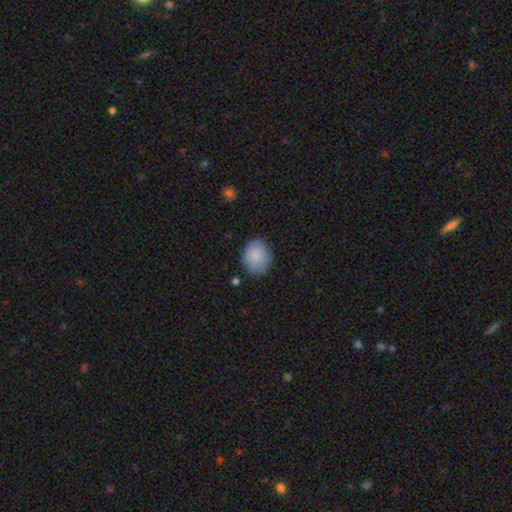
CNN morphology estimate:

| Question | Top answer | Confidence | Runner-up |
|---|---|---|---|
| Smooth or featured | smooth | 85% | featured or disk (8%) |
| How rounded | in between | 52% | round (47%) |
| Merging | none | 78% | minor disturbance (17%) |